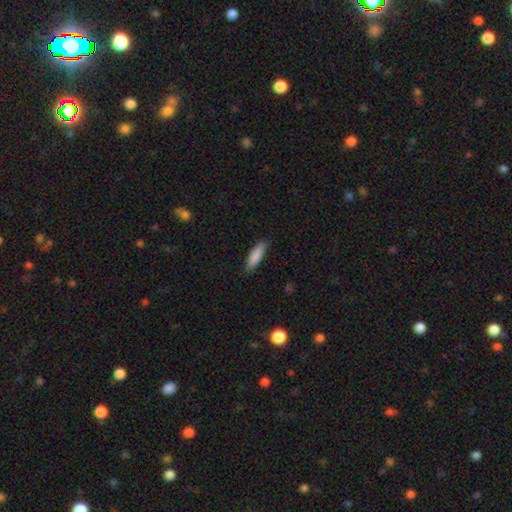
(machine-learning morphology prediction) This appears to be a smooth galaxy with no disk features (86%) that is cigar-shaped (61%). Merging: none (84%).